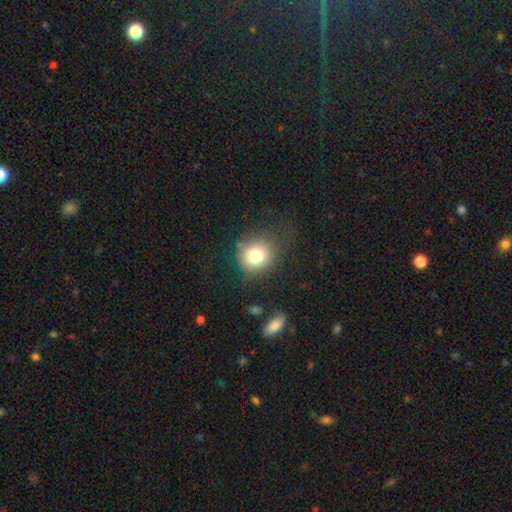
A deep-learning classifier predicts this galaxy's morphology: type=smooth (76%); roundness=round (85%); merging=none (71%).